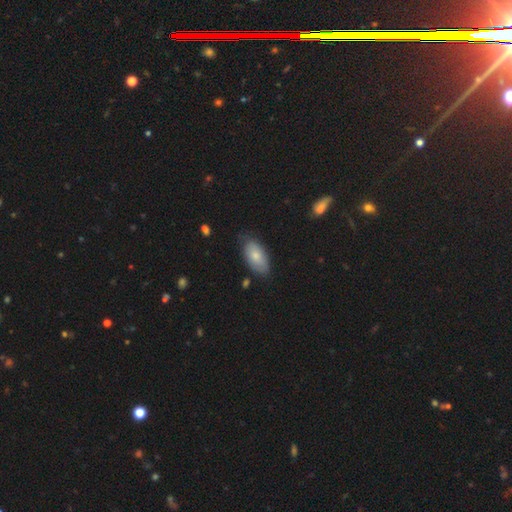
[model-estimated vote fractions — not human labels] Smooth or featured?
  - smooth: 78% *
  - featured or disk: 16%
  - star or artifact: 6%
How rounded?
  - in between: 94% *
  - cigar-shaped: 3%
  - round: 3%
Merging?
  - none: 74% *
  - minor disturbance: 21%
  - major disturbance: 4%
  - merger: 2%